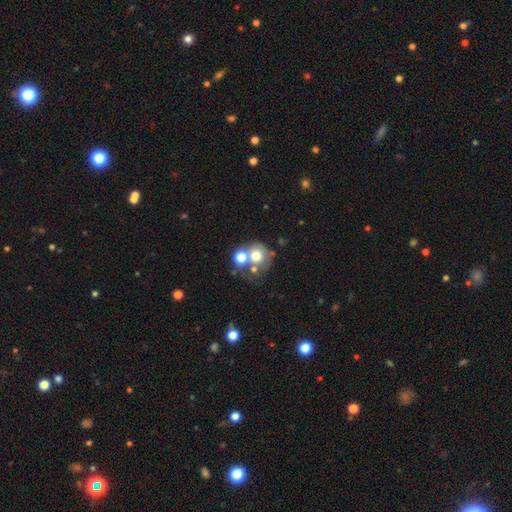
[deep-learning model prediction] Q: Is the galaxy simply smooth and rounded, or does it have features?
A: smooth — 64%.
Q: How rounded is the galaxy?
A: round — 82%.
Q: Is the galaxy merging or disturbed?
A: merger — 45%.